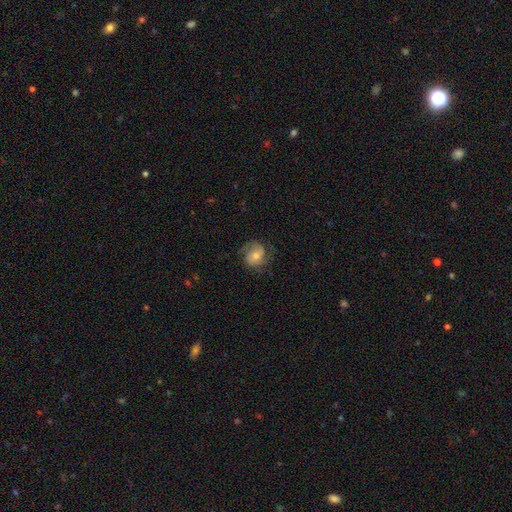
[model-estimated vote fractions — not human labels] A featured or disk galaxy (69%) with no bar (66%), 2 (74%) medium (46%) spiral arms (93%) and a moderate central bulge (54%).

Vote fractions:
- Smooth or featured? featured or disk: 69% / smooth: 24% / star or artifact: 8%
- Edge-on disk? no: 98% / yes: 2%
- Bar? no: 66% / weak: 28% / strong: 6%
- Spiral arms? yes: 93% / no: 7%
- Spiral winding? medium: 46% / tight: 34% / loose: 20%
- Spiral arm count? 2: 74% / can't tell: 10% / 3: 8% / 1: 5% / 4: 2% / more than 4: 2%
- Bulge size? moderate: 54% / small: 37% / large: 6% / none: 2% / dominant: 1%
- Merging? none: 71% / minor disturbance: 17% / major disturbance: 10% / merger: 1%